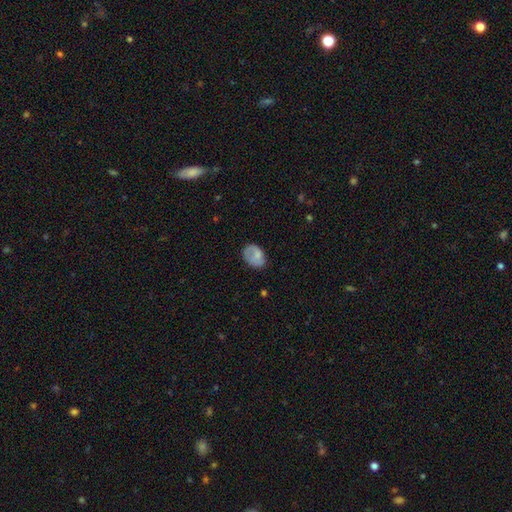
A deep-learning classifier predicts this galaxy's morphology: Smooth or featured: smooth — 68% (featured or disk — 23%)
How rounded: in between — 73% (round — 26%)
Merging: none — 59% (minor disturbance — 27%)